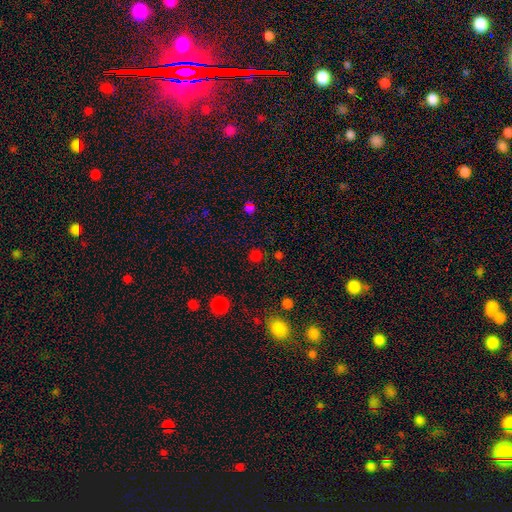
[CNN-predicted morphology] The model was most divided on "smooth or featured": smooth: 70%, star or artifact: 26%, featured or disk: 4%. More confident: how rounded — round (91%); merging — none (86%).